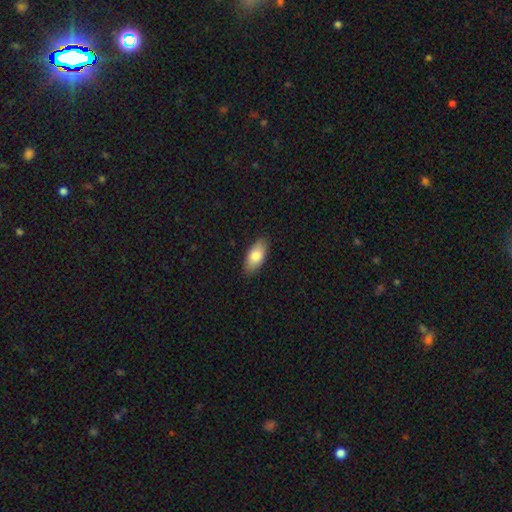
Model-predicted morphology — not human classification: Smooth or featured?
  - smooth: 81% *
  - featured or disk: 13%
  - star or artifact: 6%
How rounded?
  - in between: 90% *
  - cigar-shaped: 7%
  - round: 3%
Merging?
  - none: 88% *
  - minor disturbance: 10%
  - major disturbance: 2%
  - merger: 1%